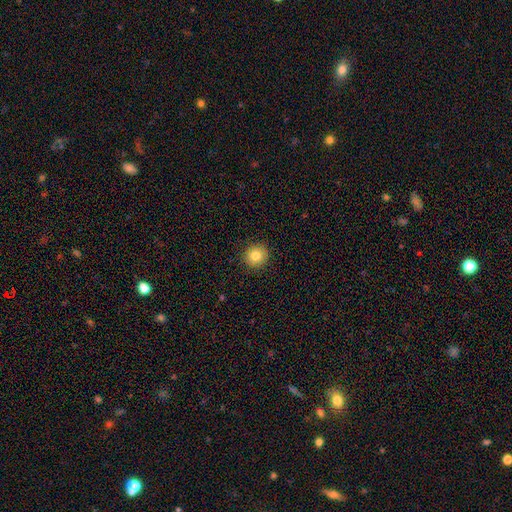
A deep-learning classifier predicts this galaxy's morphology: This is clearly a smooth galaxy (82%). How rounded: clearly round (92%). Merging: clearly none (92%).